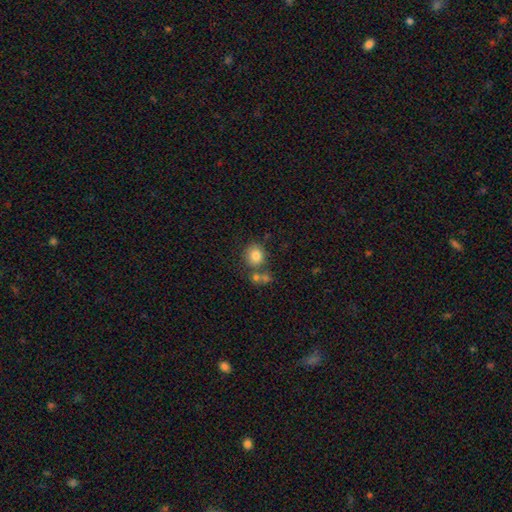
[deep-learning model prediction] Q: Smooth or featured?
A: smooth (82%); runner-up: star or artifact (10%)
Q: How rounded?
A: round (82%); runner-up: in between (18%)
Q: Merging?
A: none (64%); runner-up: merger (19%)